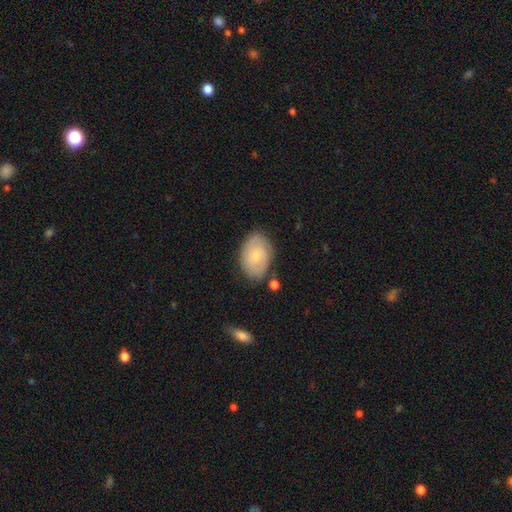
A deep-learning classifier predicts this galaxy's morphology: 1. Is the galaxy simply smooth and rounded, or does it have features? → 60% smooth, 33% featured or disk, 7% star or artifact.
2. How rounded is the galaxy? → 85% in between, 13% round, 1% cigar-shaped.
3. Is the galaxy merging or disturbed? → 76% none, 17% minor disturbance, 4% major disturbance, 3% merger.